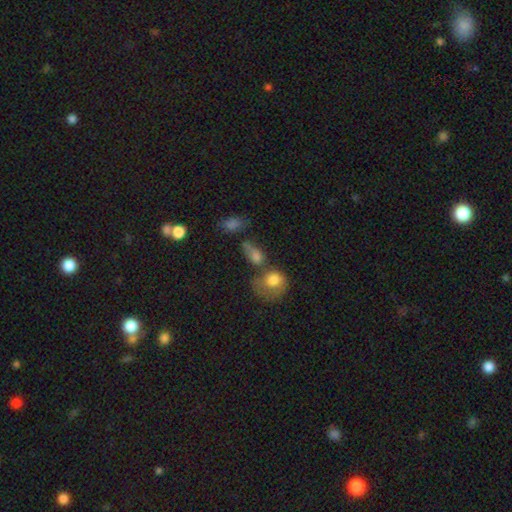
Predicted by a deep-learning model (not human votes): Smooth or featured? Predicted: smooth (p=0.71). How rounded? Predicted: in between (p=0.63). Merging? Predicted: merger (p=0.38).